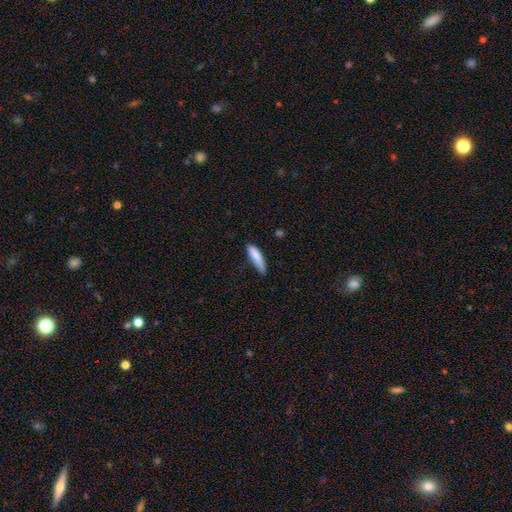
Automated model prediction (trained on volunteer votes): Smooth or featured?
  - smooth: 82% *
  - featured or disk: 11%
  - star or artifact: 6%
How rounded?
  - cigar-shaped: 72% *
  - in between: 27%
  - round: 1%
Merging?
  - none: 56% *
  - minor disturbance: 34%
  - major disturbance: 7%
  - merger: 3%